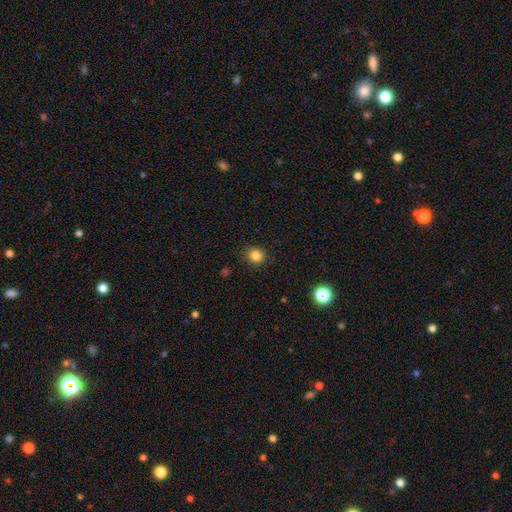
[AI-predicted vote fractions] Smooth or featured? Predicted: smooth (p=0.84). How rounded? Predicted: round (p=0.82). Merging? Predicted: none (p=0.89).